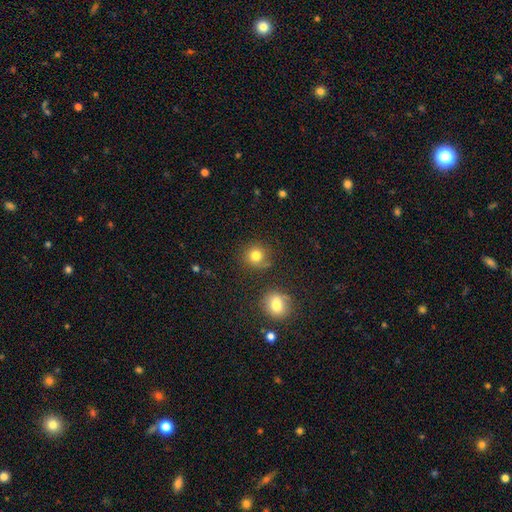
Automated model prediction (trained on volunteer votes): The model was most divided on "merging": none: 76%, minor disturbance: 14%, merger: 5%, major disturbance: 5%. More confident: how rounded — round (89%); smooth or featured — smooth (80%).